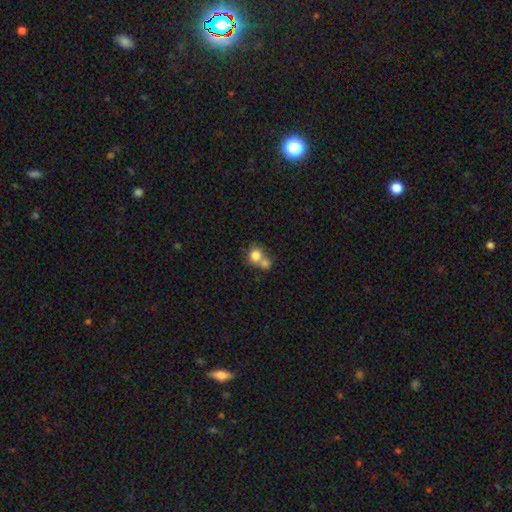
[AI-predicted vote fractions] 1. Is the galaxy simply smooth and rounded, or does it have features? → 79% smooth, 11% featured or disk, 10% star or artifact.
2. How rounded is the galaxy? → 76% round, 23% in between, 1% cigar-shaped.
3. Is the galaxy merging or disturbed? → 56% merger, 34% none, 7% minor disturbance, 4% major disturbance.